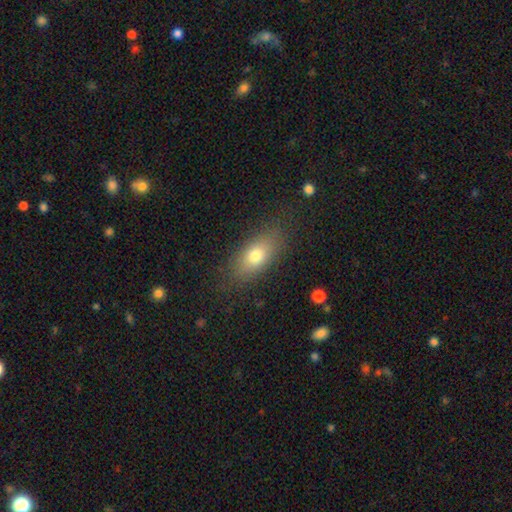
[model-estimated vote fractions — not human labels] Smooth or featured? smooth (74%)
How rounded? in between (81%)
Merging? none (82%)